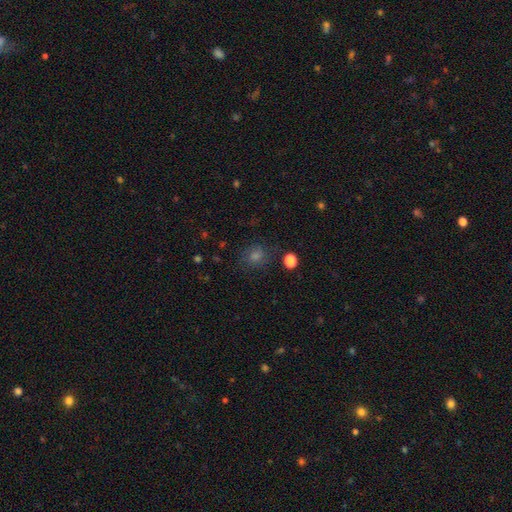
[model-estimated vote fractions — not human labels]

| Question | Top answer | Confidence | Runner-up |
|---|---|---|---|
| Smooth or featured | smooth | 55% | star or artifact (31%) |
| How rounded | round | 73% | in between (26%) |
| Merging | none | 81% | minor disturbance (12%) |